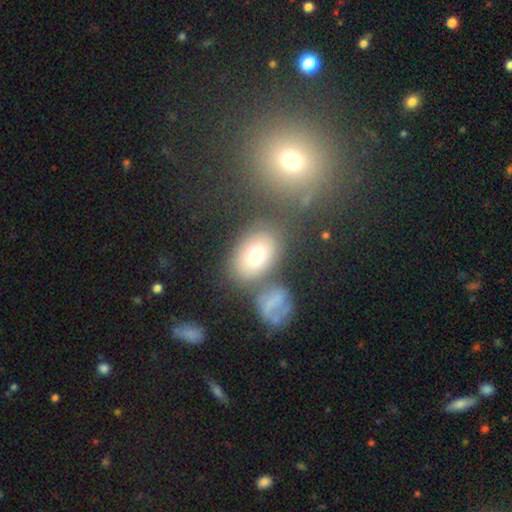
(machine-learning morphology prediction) This is likely a smooth galaxy (71%). How rounded: likely in between (69%). Merging: likely none (63%).